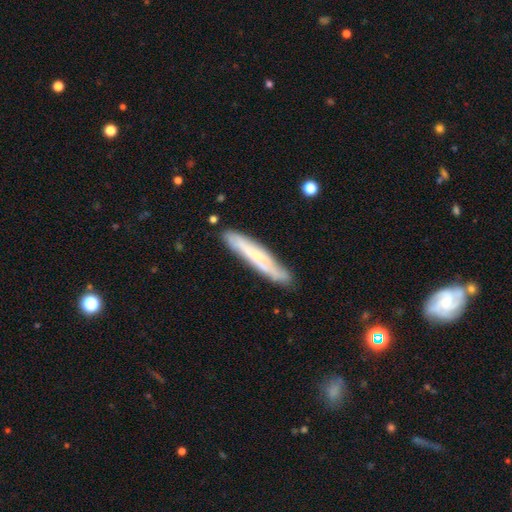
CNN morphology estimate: type=featured or disk (53%); edge-on=yes (68%); merging=none (84%).